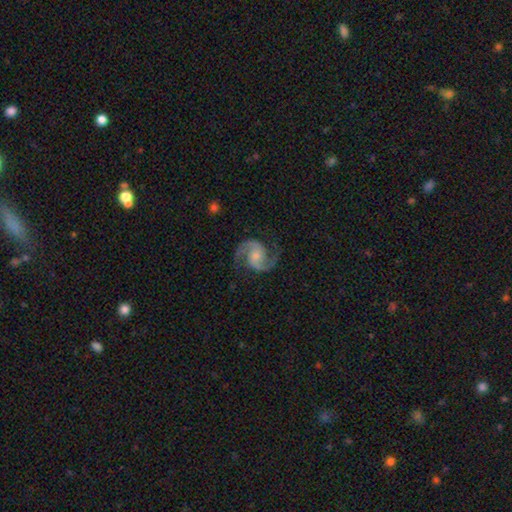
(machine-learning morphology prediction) featured or disk 92%, star or artifact 4%, smooth 3%. Down the decision tree: edge-on disk — no (98%); bar — no (58%); spiral arms — yes (98%); spiral arm count — 2 (95%); spiral winding — medium (62%); bulge size — small (46%); merging — none (82%).